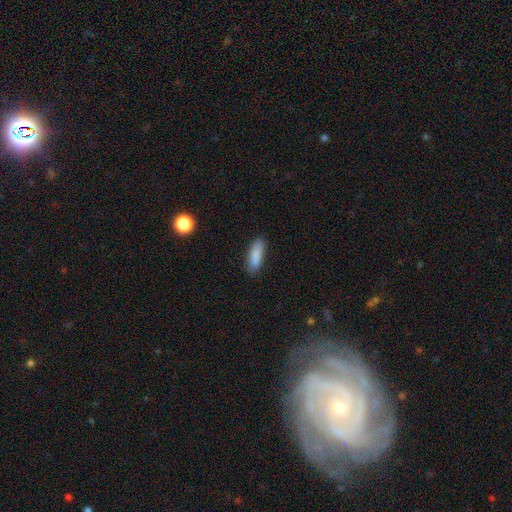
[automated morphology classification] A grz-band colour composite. It shows a smooth galaxy with no disk features (86%) that is cigar-shaped (51%). Merging: none (83%).